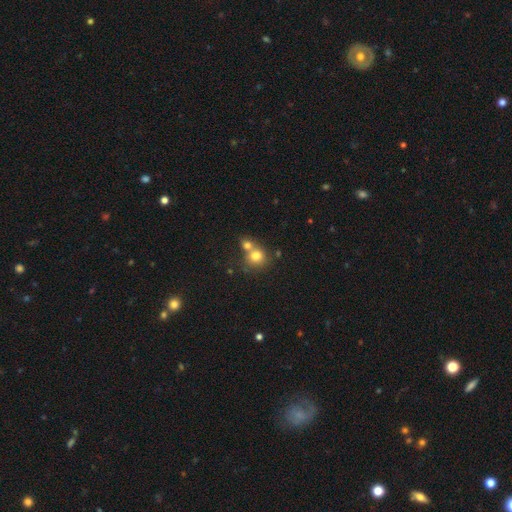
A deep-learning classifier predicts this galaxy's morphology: This is likely a smooth galaxy (76%). How rounded: clearly round (82%). Merging: possibly merger (51%).